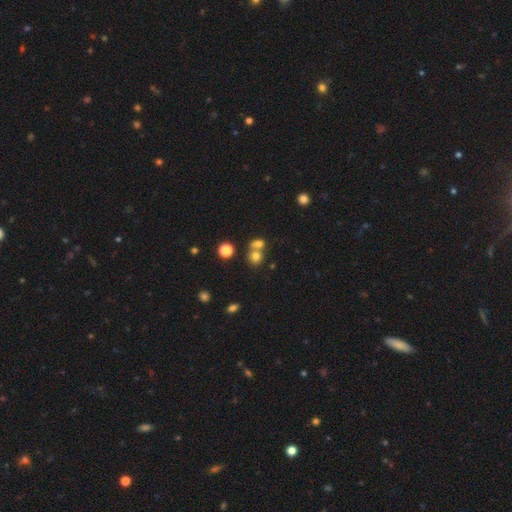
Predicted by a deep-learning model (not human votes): A smooth galaxy with no disk features (73%) that is round (75%). Merging: merger (48%).